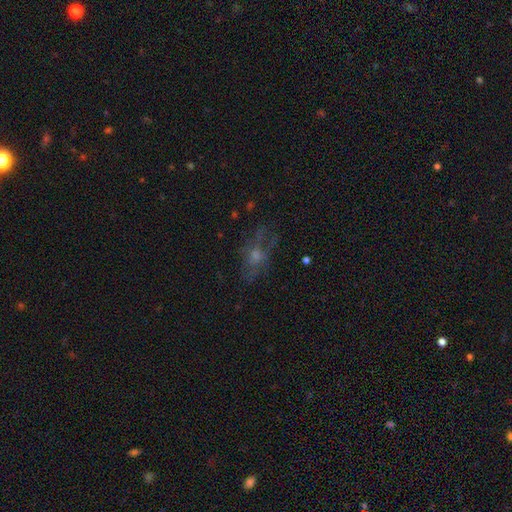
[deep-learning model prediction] featured or disk 45%, smooth 35%, star or artifact 20%. Down the decision tree: merging — none (56%).